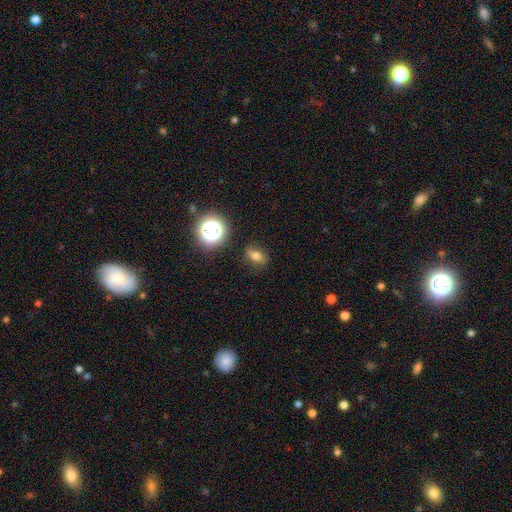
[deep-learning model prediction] Q: Smooth or featured?
A: smooth (68%); runner-up: star or artifact (19%)
Q: How rounded?
A: in between (69%); runner-up: round (26%)
Q: Merging?
A: none (84%); runner-up: minor disturbance (11%)